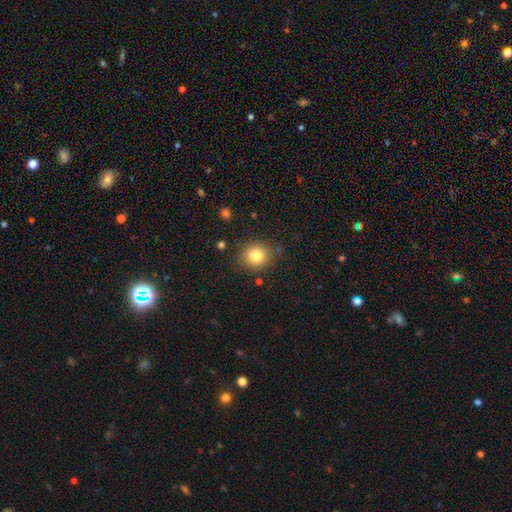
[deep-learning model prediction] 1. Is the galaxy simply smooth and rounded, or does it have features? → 80% smooth, 11% star or artifact, 8% featured or disk.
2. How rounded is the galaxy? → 83% round, 16% in between, 1% cigar-shaped.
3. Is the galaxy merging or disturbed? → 85% none, 10% minor disturbance, 3% major disturbance, 2% merger.